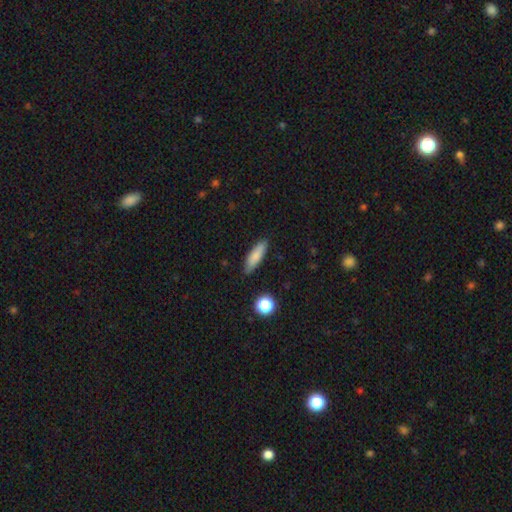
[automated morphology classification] A smooth galaxy with no disk features (80%) that is cigar-shaped (54%). Merging: none (83%).